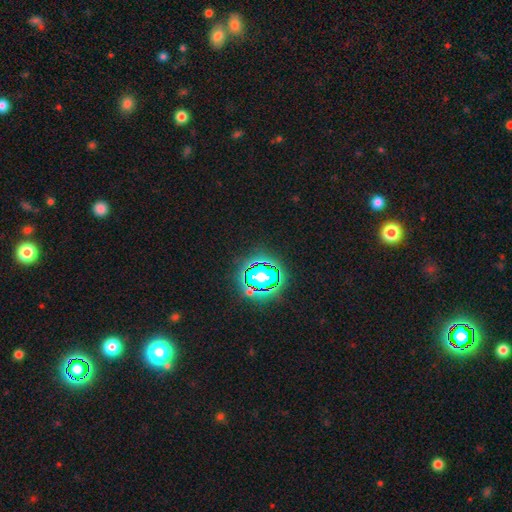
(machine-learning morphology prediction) This is clearly a star or artifact rather than a galaxy (80%).